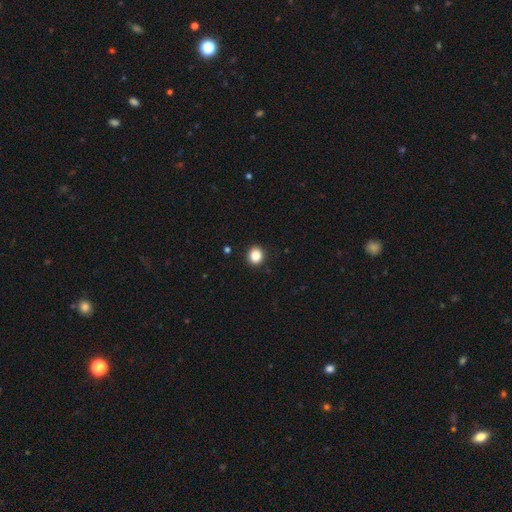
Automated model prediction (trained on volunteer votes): smooth-or-featured: smooth: 87% | star or artifact: 10% | featured or disk: 3%
  how-rounded: round: 79% | in between: 20% | cigar-shaped: 1%
  merging: none: 91% | minor disturbance: 6% | major disturbance: 2% | merger: 1%